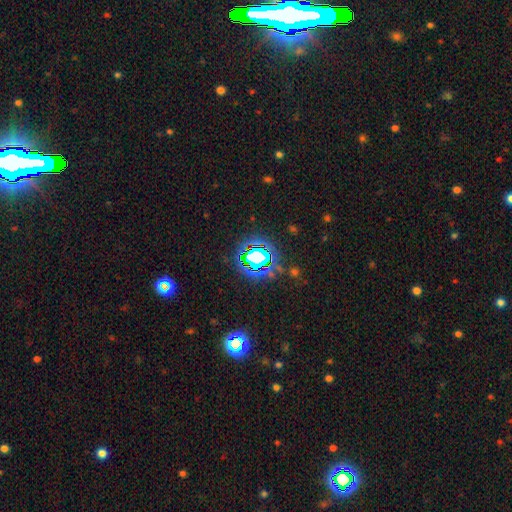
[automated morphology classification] This is likely a star or artifact rather than a galaxy (71%).